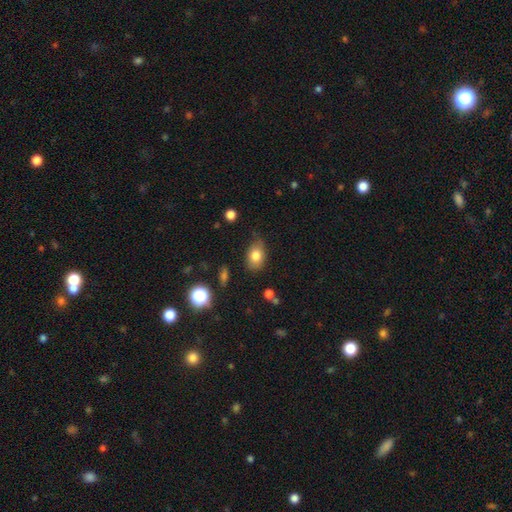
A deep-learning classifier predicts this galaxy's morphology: Smooth or featured? smooth (81%)
How rounded? in between (76%)
Merging? none (68%)